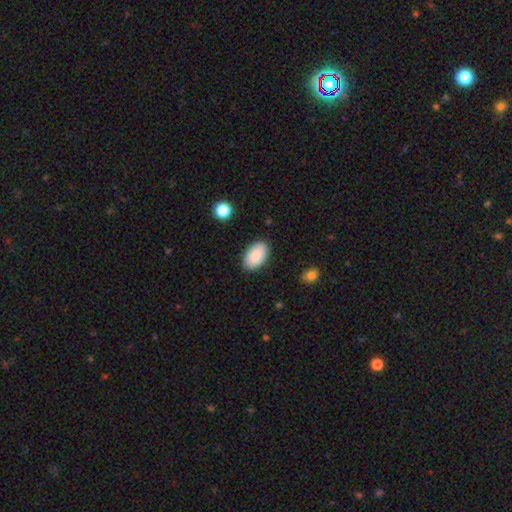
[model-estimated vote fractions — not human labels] A smooth galaxy with no disk features (88%) that is in between round and cigar-shaped (94%).

Vote fractions:
- Smooth or featured? smooth: 88% / star or artifact: 6% / featured or disk: 6%
- How rounded? in between: 94% / round: 5% / cigar-shaped: 1%
- Merging? none: 87% / minor disturbance: 10% / major disturbance: 2% / merger: 1%